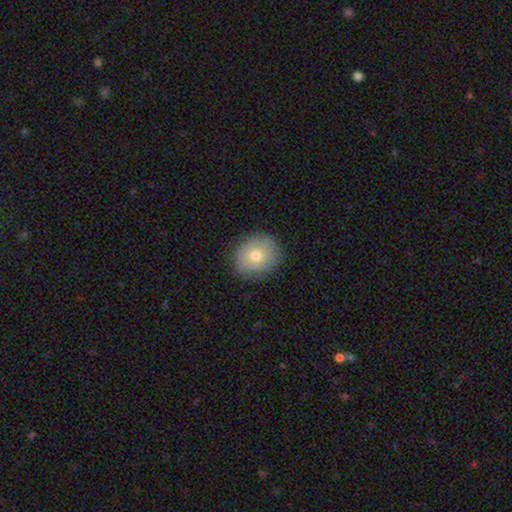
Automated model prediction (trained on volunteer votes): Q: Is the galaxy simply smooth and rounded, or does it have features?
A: smooth — 70%.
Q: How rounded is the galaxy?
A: round — 65%.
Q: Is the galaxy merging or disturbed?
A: none — 84%.